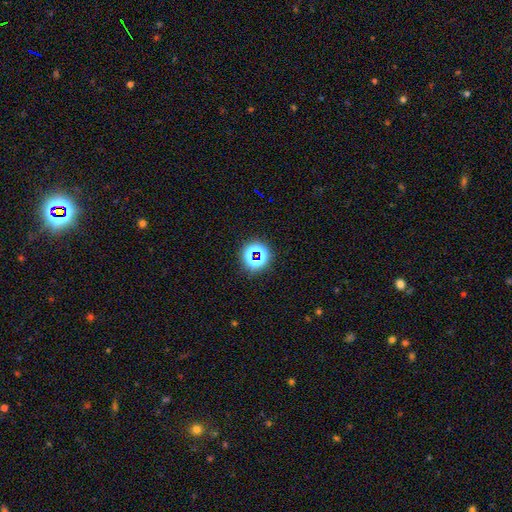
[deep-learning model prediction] star or artifact 65%, smooth 25%, featured or disk 10%.